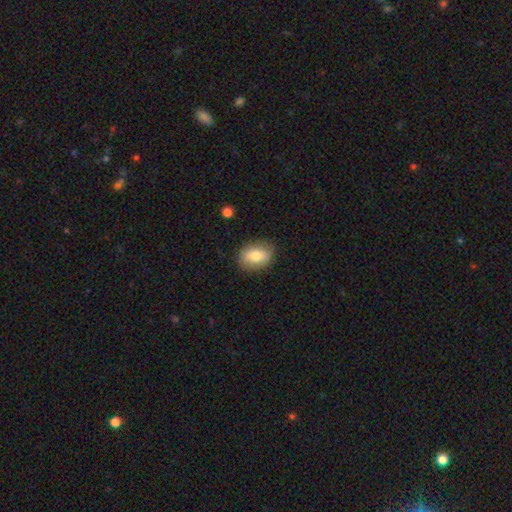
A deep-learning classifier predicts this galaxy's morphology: This is likely a smooth galaxy (80%). How rounded: likely in between (77%). Merging: clearly none (84%).